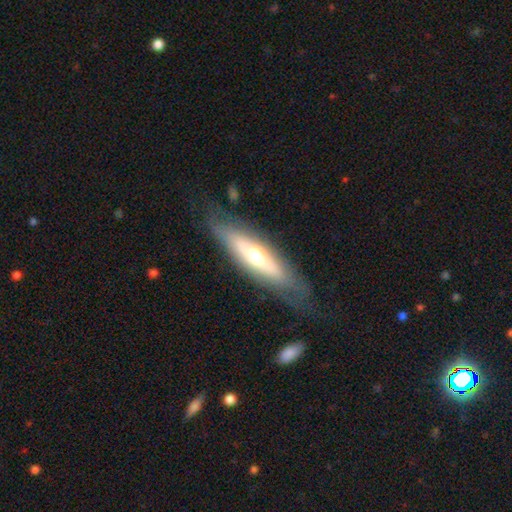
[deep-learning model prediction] The model was most divided on "smooth or featured": featured or disk: 52%, smooth: 42%, star or artifact: 6%. More confident: merging — none (72%); edge-on disk — yes (59%).